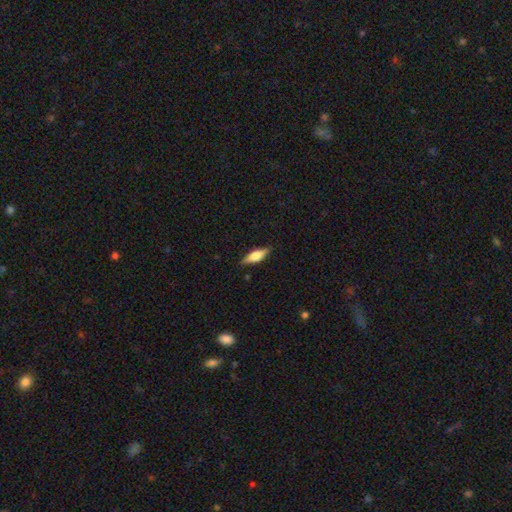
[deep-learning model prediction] Smooth or featured?
  - smooth: 50% *
  - featured or disk: 44%
  - star or artifact: 7%
Merging?
  - none: 86% *
  - minor disturbance: 11%
  - major disturbance: 2%
  - merger: 1%